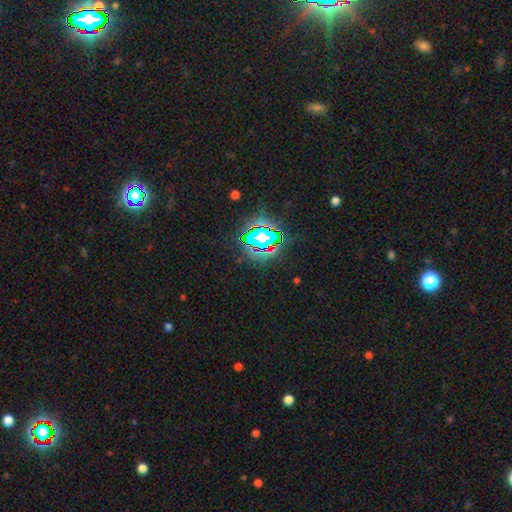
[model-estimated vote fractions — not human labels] Smooth or featured: star or artifact — 81% (smooth — 12%)